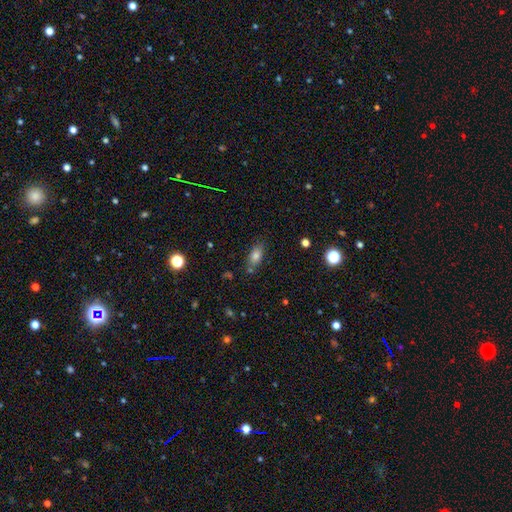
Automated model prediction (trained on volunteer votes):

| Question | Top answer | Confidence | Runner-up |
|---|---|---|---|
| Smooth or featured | smooth | 77% | star or artifact (12%) |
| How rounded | in between | 85% | cigar-shaped (8%) |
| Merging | none | 75% | minor disturbance (15%) |